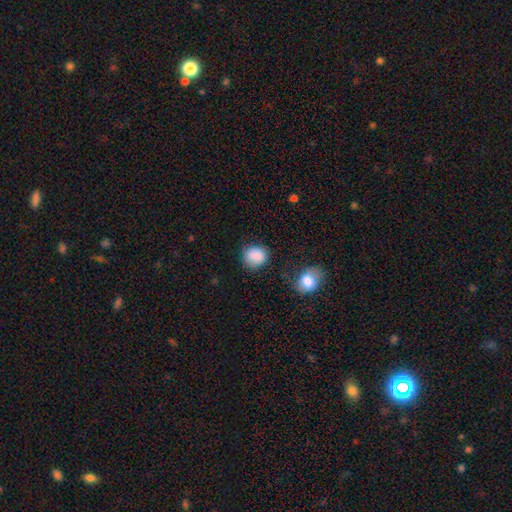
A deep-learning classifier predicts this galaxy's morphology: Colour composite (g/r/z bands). It shows a smooth galaxy with no disk features (86%) that is round (79%). Merging: none (63%).